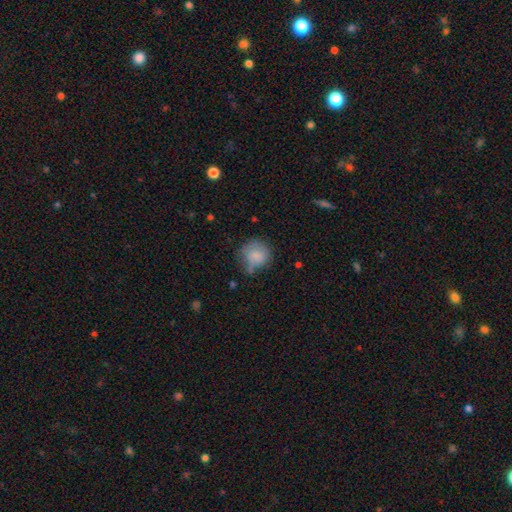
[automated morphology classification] This is likely a smooth galaxy (78%). How rounded: clearly round (85%). Merging: possibly none (53%).